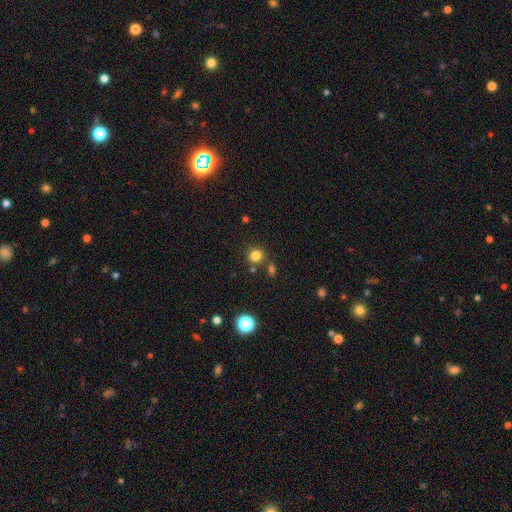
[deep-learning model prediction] Smooth or featured: smooth — 81% (star or artifact — 14%)
How rounded: round — 83% (in between — 16%)
Merging: none — 75% (merger — 12%)